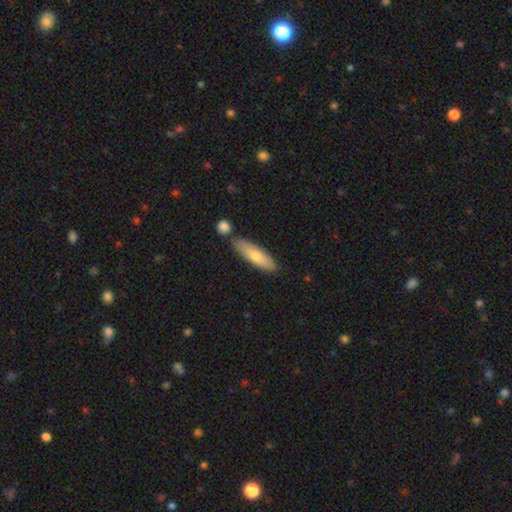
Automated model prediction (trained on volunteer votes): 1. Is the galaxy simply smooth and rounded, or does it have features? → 69% smooth, 25% featured or disk, 6% star or artifact.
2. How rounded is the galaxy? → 60% cigar-shaped, 38% in between, 2% round.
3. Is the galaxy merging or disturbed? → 77% none, 12% minor disturbance, 8% merger, 2% major disturbance.